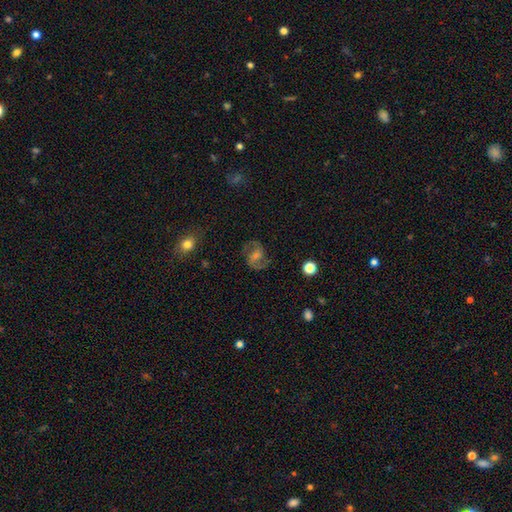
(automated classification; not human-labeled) The model was most divided on "bulge size": moderate: 45%, small: 41%, none: 7%, large: 6%, dominant: 1%. Remaining: edge-on disk — no (98%); spiral arms — yes (96%); spiral arm count — 2 (91%); merging — none (82%); smooth or featured — featured or disk (80%); spiral winding — medium (59%); bar — weak (48%).